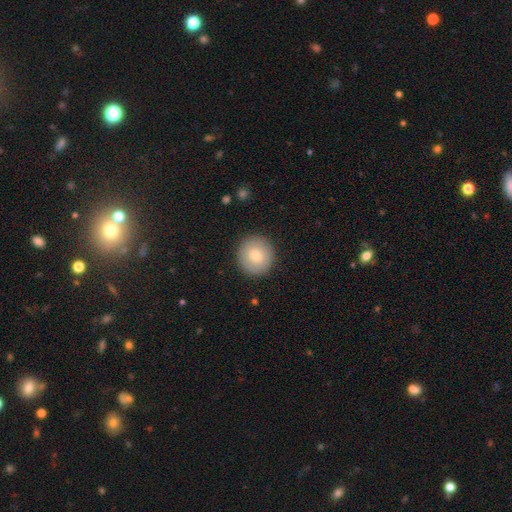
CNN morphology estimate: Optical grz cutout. It shows a smooth galaxy with no disk features (77%) that is round (94%). Merging: none (90%).